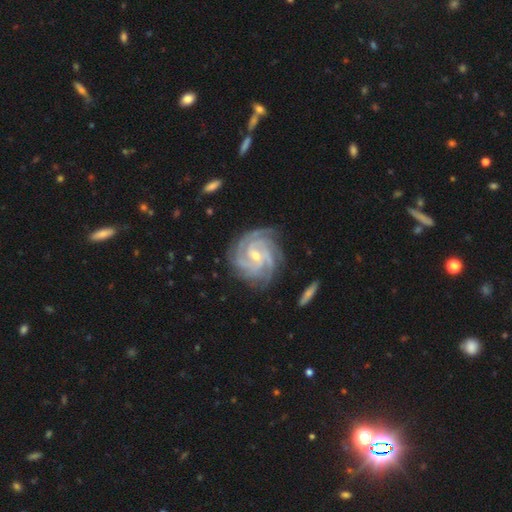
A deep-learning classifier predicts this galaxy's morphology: smooth_or_featured: featured or disk (p=0.92) [alt: star or artifact p=0.05]
disk_edge_on: no (p=0.98) [alt: yes p=0.02]
bar: weak (p=0.43) [alt: no p=0.38]
has_spiral_arms: yes (p=0.99) [alt: no p=0.01]
spiral_winding: tight (p=0.78) [alt: medium p=0.20]
spiral_arm_count: 4 (p=0.40) [alt: 3 p=0.21]
bulge_size: small (p=0.61) [alt: moderate p=0.37]
merging: none (p=0.81) [alt: minor disturbance p=0.14]